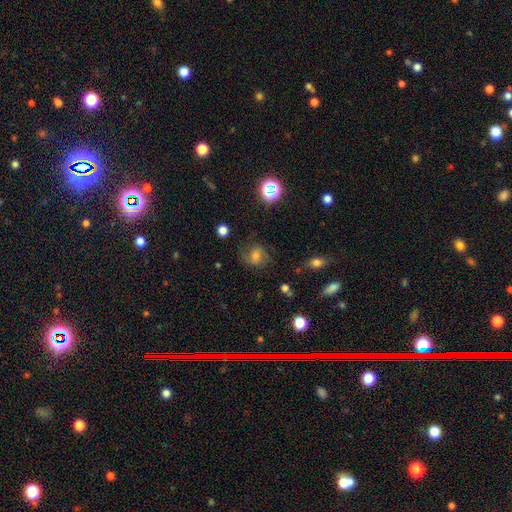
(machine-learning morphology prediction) smooth_or_featured: featured or disk (p=0.46) [alt: smooth p=0.36]
merging: none (p=0.71) [alt: minor disturbance p=0.18]